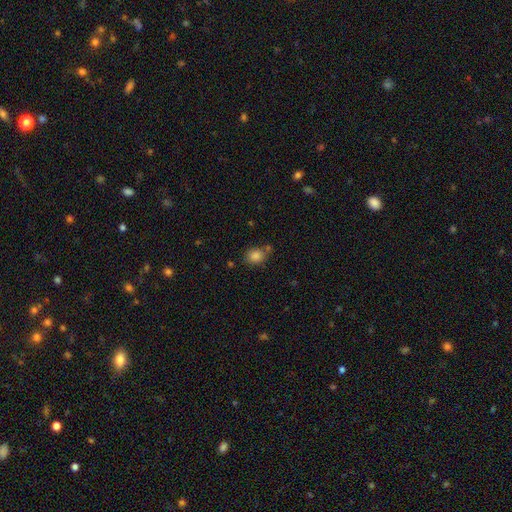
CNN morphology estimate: type=smooth (84%); roundness=round (58%); merging=none (68%).